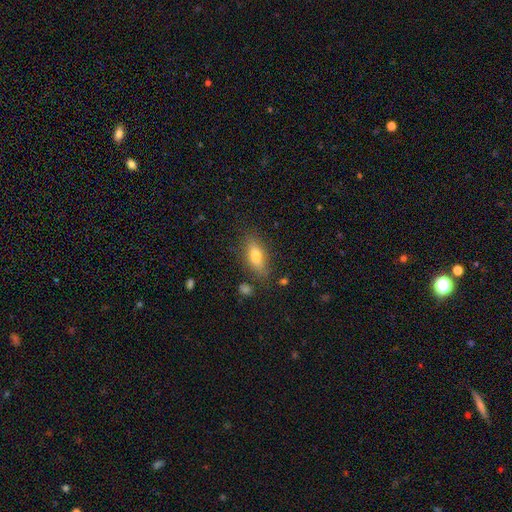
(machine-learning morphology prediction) smooth_or_featured: smooth (p=0.70) [alt: featured or disk p=0.22]
how_rounded: in between (p=0.72) [alt: cigar-shaped p=0.23]
merging: none (p=0.79) [alt: minor disturbance p=0.14]